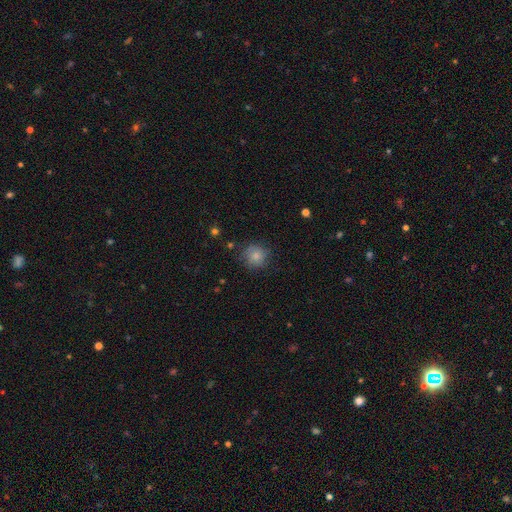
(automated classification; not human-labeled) The model was most divided on "merging": none: 79%, minor disturbance: 15%, major disturbance: 4%, merger: 2%. More confident: how rounded — round (90%); smooth or featured — smooth (81%).